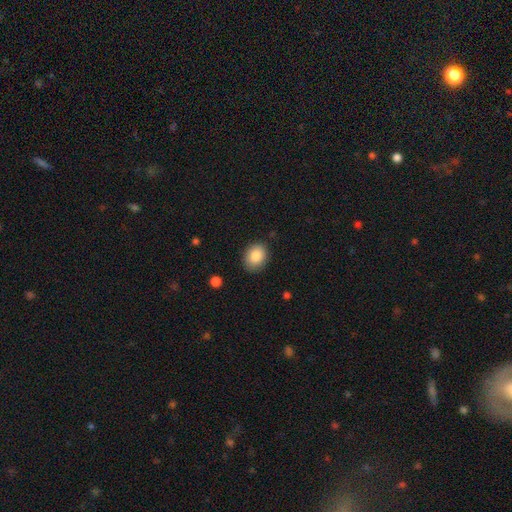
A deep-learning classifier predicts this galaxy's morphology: A smooth galaxy with no disk features (86%) that is in between round and cigar-shaped (58%). Merging: none (84%).